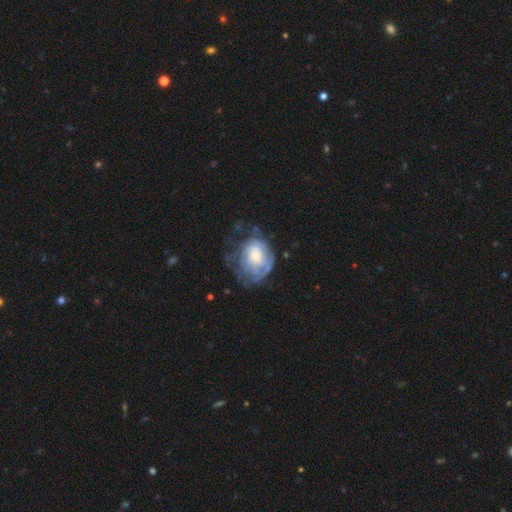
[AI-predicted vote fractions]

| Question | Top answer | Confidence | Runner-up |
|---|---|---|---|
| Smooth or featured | featured or disk | 66% | smooth (27%) |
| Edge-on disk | no | 97% | yes (3%) |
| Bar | no | 78% | weak (19%) |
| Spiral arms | yes | 69% | no (31%) |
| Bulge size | small | 56% | moderate (33%) |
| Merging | none | 43% | major disturbance (29%) |